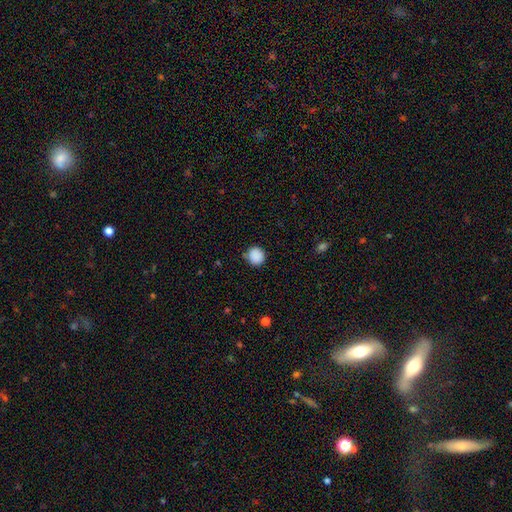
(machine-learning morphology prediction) type=smooth (88%); roundness=round (89%); merging=none (82%).